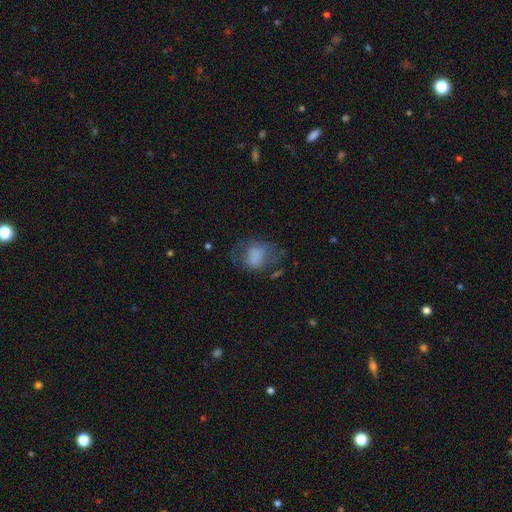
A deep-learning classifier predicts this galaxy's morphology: smooth_or_featured: smooth (p=0.65) [alt: featured or disk p=0.25]
how_rounded: in between (p=0.53) [alt: round p=0.46]
merging: none (p=0.41) [alt: major disturbance p=0.31]